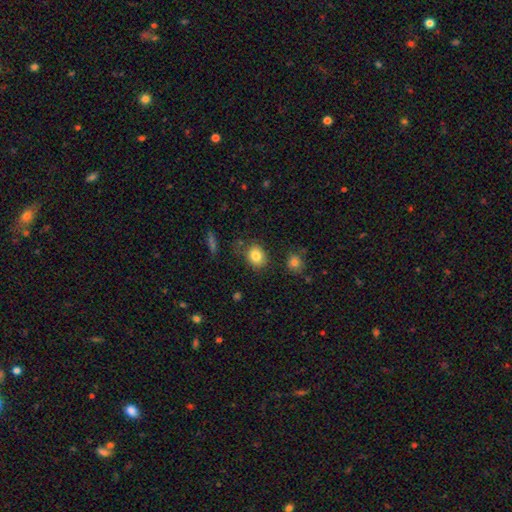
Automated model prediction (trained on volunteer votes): This appears to be a smooth galaxy with no disk features (83%) that is round (52%). Merging: none (79%).